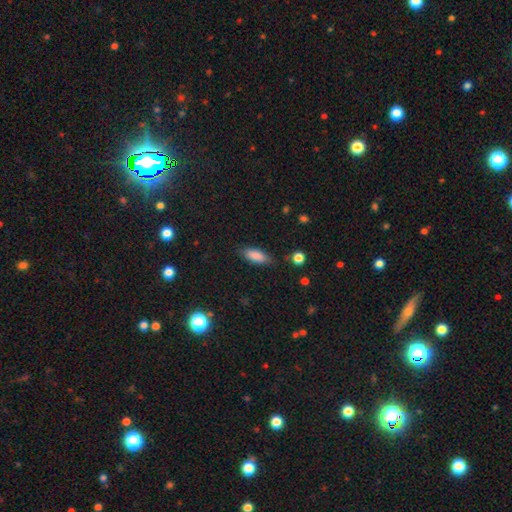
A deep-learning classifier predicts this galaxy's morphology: Smooth or featured? Predicted: smooth (p=0.85). How rounded? Predicted: in between (p=0.77). Merging? Predicted: none (p=0.79).